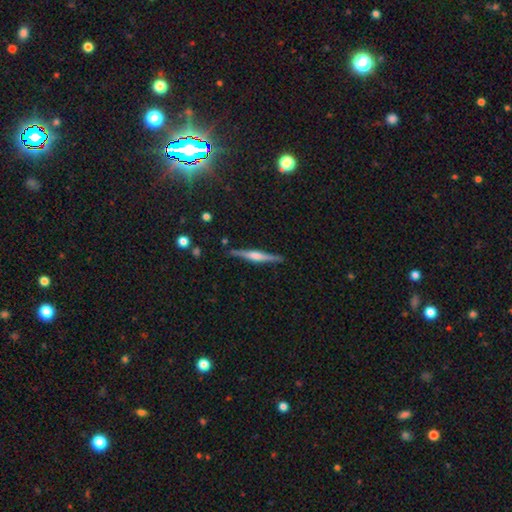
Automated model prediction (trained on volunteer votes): This is likely a featured or disk galaxy (73%). It is clearly viewed edge-on (98%). Edge-on bulge: likely rounded (69%). Merging: clearly none (89%).